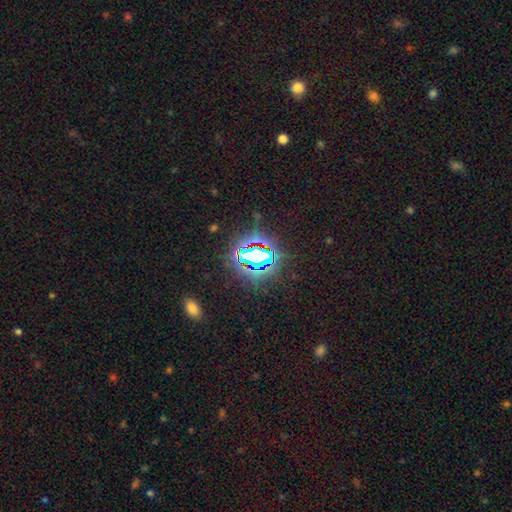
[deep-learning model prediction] Q: Smooth or featured?
A: star or artifact (77%); runner-up: smooth (13%)